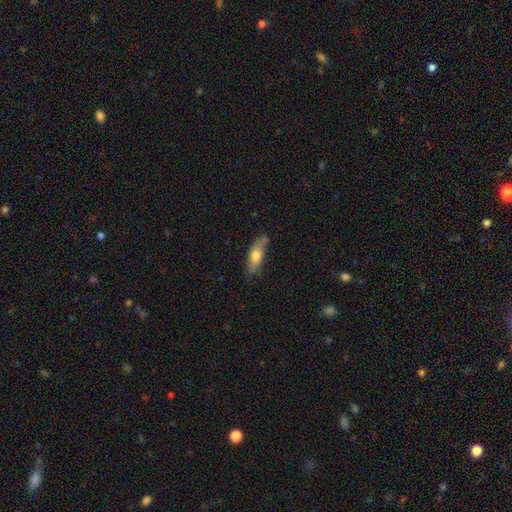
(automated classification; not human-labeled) Smooth or featured?
  - smooth: 68% *
  - featured or disk: 25%
  - star or artifact: 6%
How rounded?
  - in between: 60% *
  - cigar-shaped: 37%
  - round: 3%
Merging?
  - none: 63% *
  - minor disturbance: 26%
  - major disturbance: 6%
  - merger: 5%